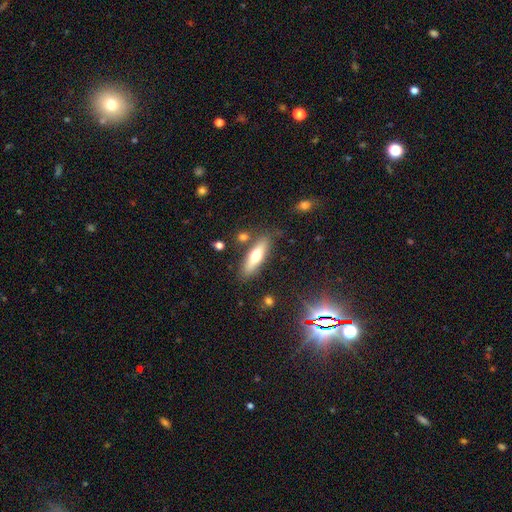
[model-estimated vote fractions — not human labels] This is possibly a smooth galaxy (55%). How rounded: possibly cigar-shaped (60%). Merging: clearly none (80%).